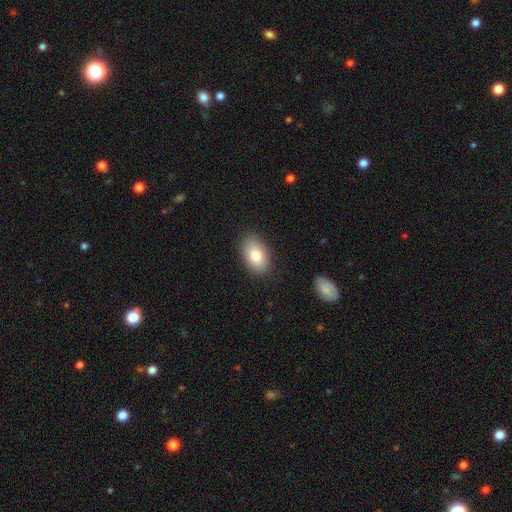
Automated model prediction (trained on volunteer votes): This is clearly a smooth galaxy (80%). How rounded: clearly in between (90%). Merging: clearly none (86%).